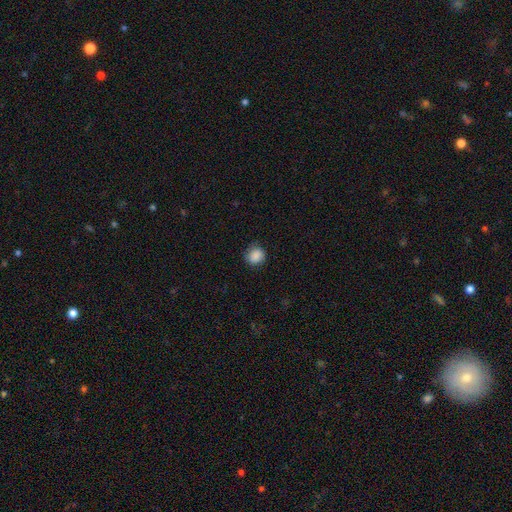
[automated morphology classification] type=smooth (86%); roundness=round (79%); merging=none (78%).